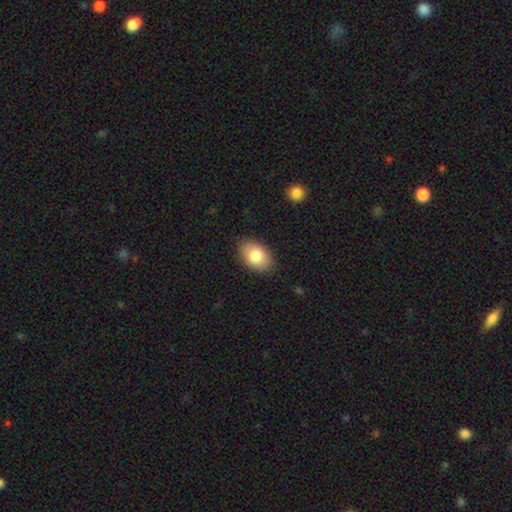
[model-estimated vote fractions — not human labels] Smooth or featured: smooth — 81% (featured or disk — 12%)
How rounded: in between — 88% (round — 11%)
Merging: none — 86% (minor disturbance — 10%)